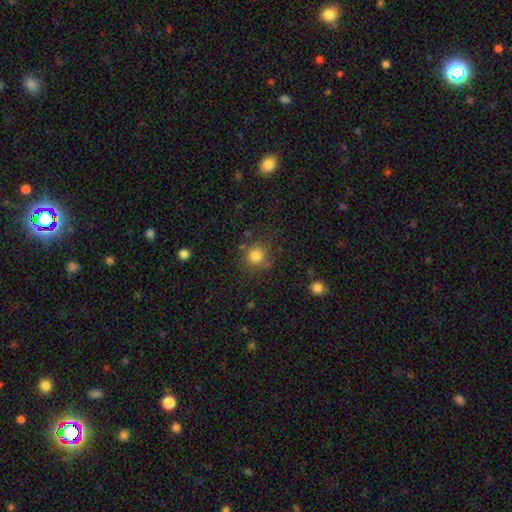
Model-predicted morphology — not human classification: This appears to be a smooth galaxy with no disk features (81%) that is round (89%). Merging: none (75%).